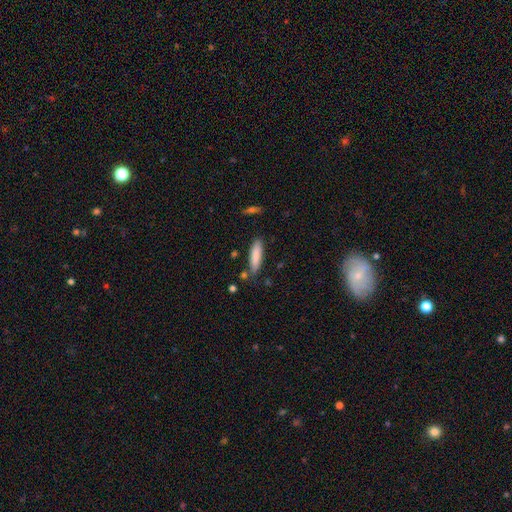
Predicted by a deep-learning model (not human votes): Q: Smooth or featured?
A: smooth (84%); runner-up: featured or disk (10%)
Q: How rounded?
A: cigar-shaped (69%); runner-up: in between (29%)
Q: Merging?
A: none (80%); runner-up: minor disturbance (14%)